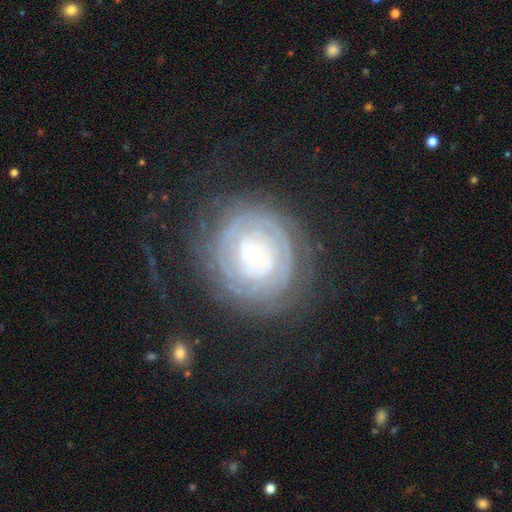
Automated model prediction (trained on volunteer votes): This is likely a featured or disk galaxy (78%). It is clearly not viewed edge-on (96%). Bar: likely no (77%). Spiral arm pattern: clearly yes (81%). Spiral arm count: possibly can't tell (50%). Spiral winding: clearly tight (83%). Central bulge: likely small (68%). Merging: likely none (73%).